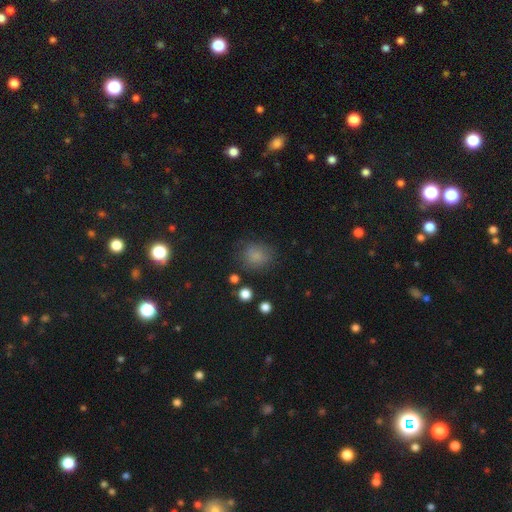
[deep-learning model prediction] This is likely a smooth galaxy (79%). How rounded: likely round (71%). Merging: likely none (73%).